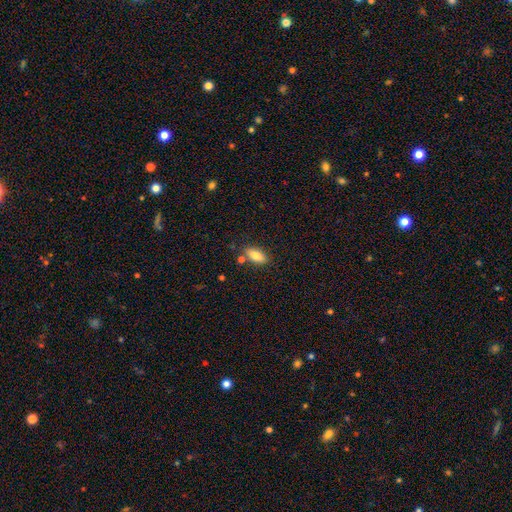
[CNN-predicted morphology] smooth 81%, featured or disk 12%, star or artifact 7%. Down the decision tree: how rounded — in between (85%); merging — none (78%).